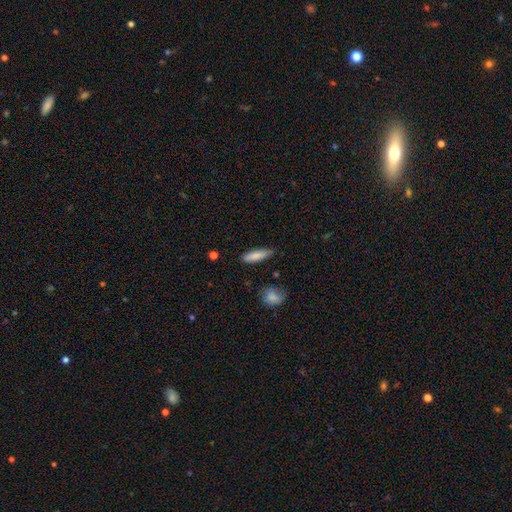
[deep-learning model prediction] Morphology: type=smooth (84%); roundness=cigar-shaped (60%); merging=none (81%).